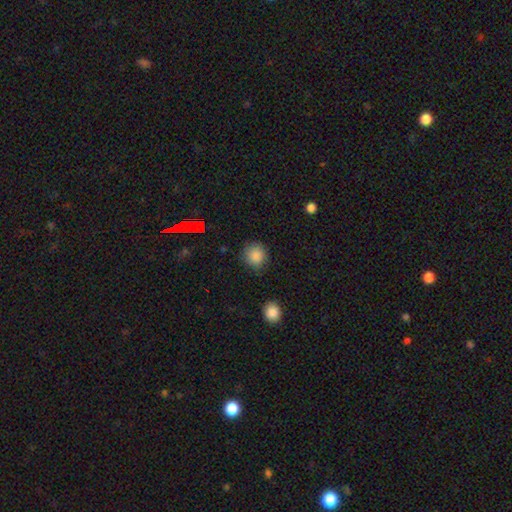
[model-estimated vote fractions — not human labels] A smooth galaxy with no disk features (86%) that is round (87%).

Vote fractions:
- Smooth or featured? smooth: 86% / star or artifact: 9% / featured or disk: 4%
- How rounded? round: 87% / in between: 11% / cigar-shaped: 1%
- Merging? none: 82% / minor disturbance: 13% / major disturbance: 3% / merger: 2%